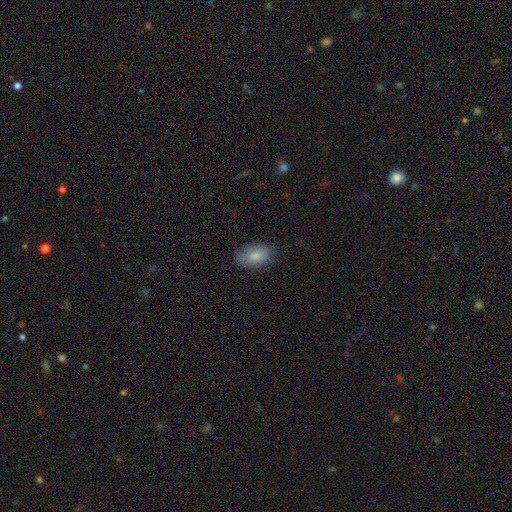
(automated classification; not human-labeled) This appears to be a smooth galaxy with no disk features (84%) that is in between round and cigar-shaped (93%). Merging: none (78%).